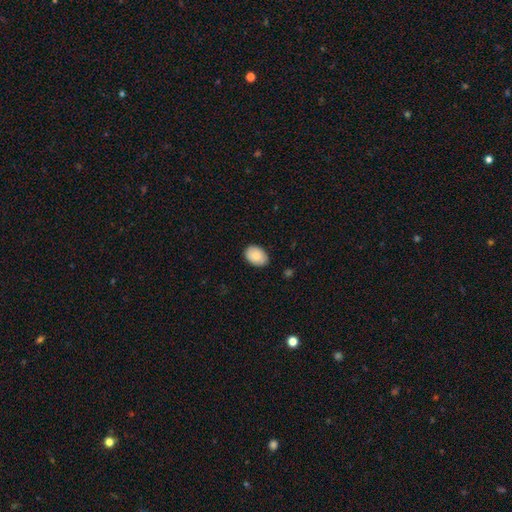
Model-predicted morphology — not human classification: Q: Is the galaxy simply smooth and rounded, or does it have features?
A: smooth — 85%.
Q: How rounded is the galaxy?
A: in between — 82%.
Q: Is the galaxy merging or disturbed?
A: none — 85%.